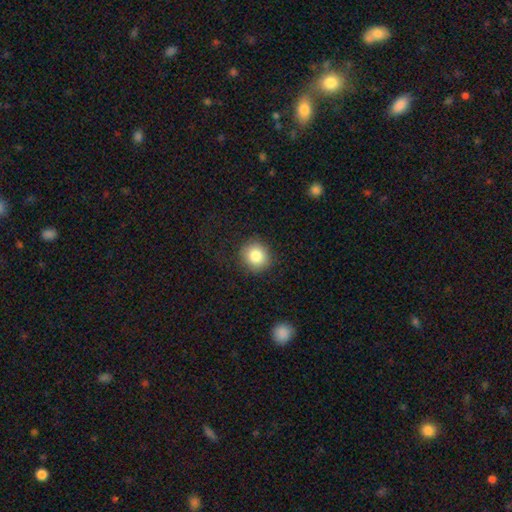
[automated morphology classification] Overall: smooth (83%). How rounded: round (87%). Merging: none (88%).